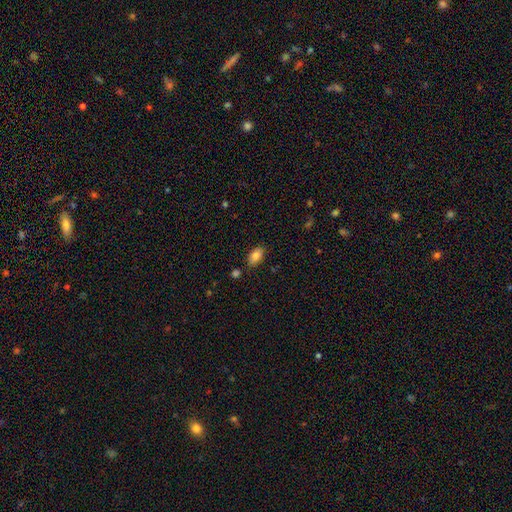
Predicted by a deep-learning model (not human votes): This is clearly a smooth galaxy (84%). How rounded: clearly in between (92%). Merging: clearly none (82%).